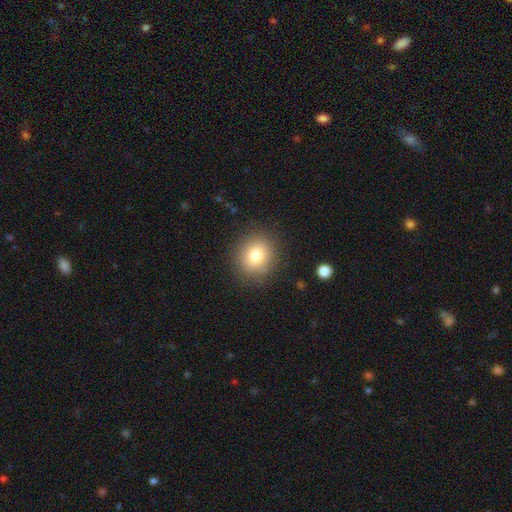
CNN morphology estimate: Smooth or featured? Predicted: smooth (p=0.80). How rounded? Predicted: round (p=0.81). Merging? Predicted: none (p=0.87).